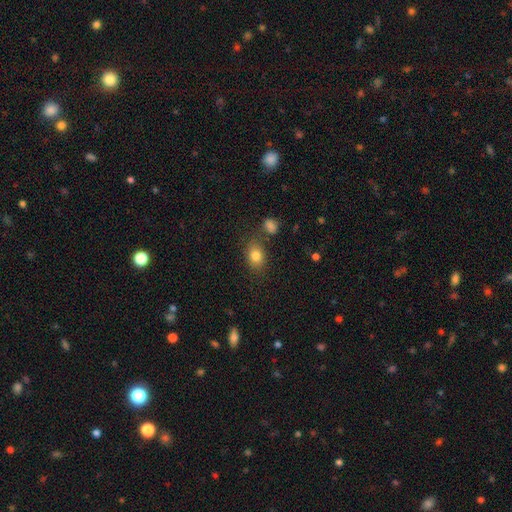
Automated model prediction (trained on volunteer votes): Overall: smooth (81%). How rounded: in between (70%). Merging: none (76%).